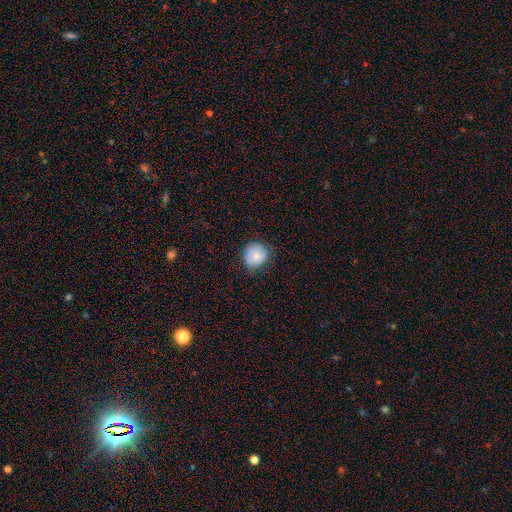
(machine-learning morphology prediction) smooth 82%, featured or disk 10%, star or artifact 8%. Down the decision tree: how rounded — round (84%); merging — none (78%).